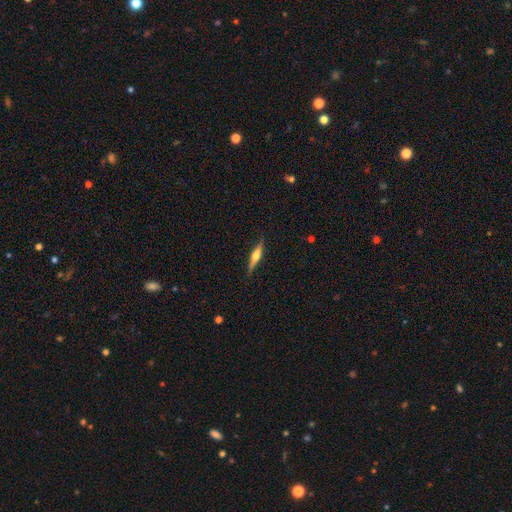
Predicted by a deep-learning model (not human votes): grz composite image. It shows a featured or disk galaxy (63%) viewed edge-on (97%) with a rounded central bulge (88%). Merging: none (87%).